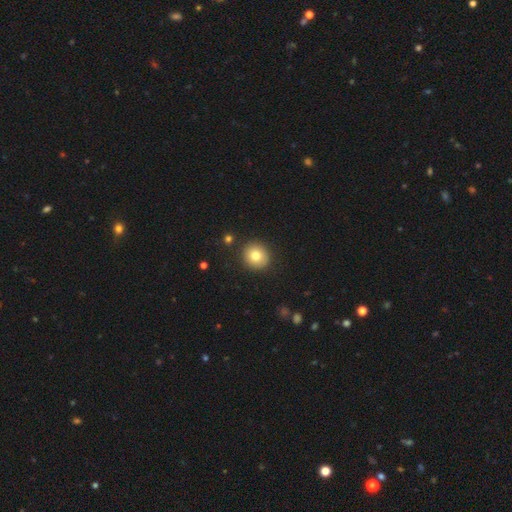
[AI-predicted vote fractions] Morphology: type=smooth (79%); roundness=round (89%); merging=none (90%).